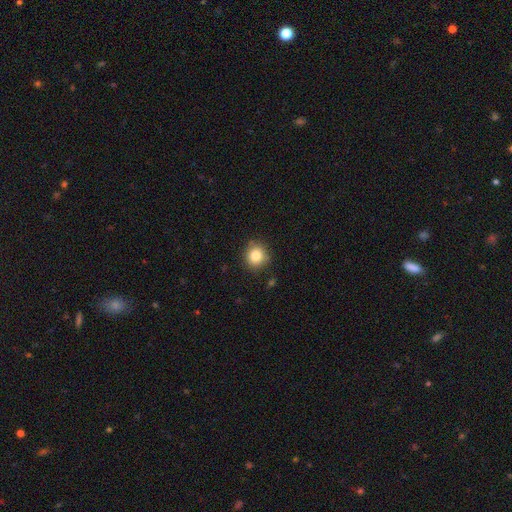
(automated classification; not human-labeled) Smooth or featured: smooth — 83% (star or artifact — 10%)
How rounded: round — 88% (in between — 11%)
Merging: none — 85% (minor disturbance — 11%)